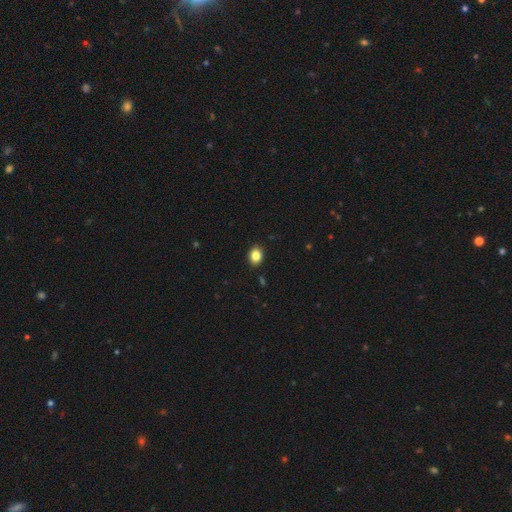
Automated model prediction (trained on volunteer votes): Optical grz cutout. It shows a smooth galaxy with no disk features (85%) that is in between round and cigar-shaped (65%). Merging: none (89%).